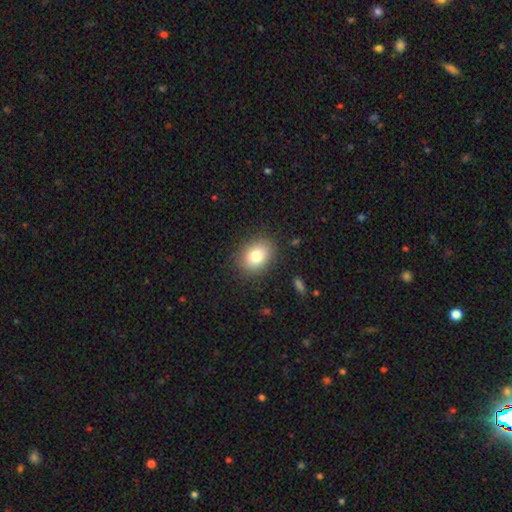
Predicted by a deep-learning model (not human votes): Smooth or featured? Predicted: smooth (p=0.80). How rounded? Predicted: in between (p=0.61). Merging? Predicted: none (p=0.85).